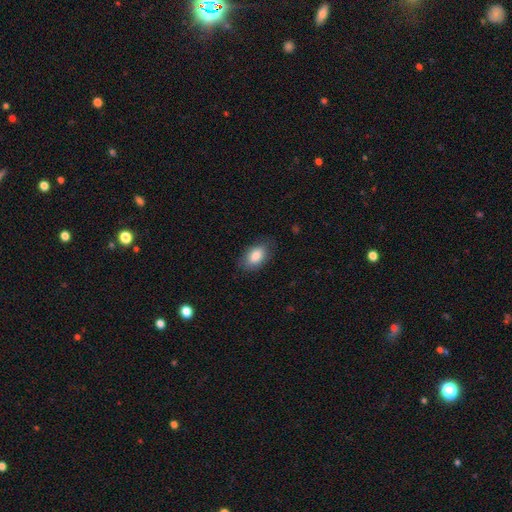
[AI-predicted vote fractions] Smooth or featured?
  - smooth: 84% *
  - featured or disk: 9%
  - star or artifact: 7%
How rounded?
  - in between: 91% *
  - round: 7%
  - cigar-shaped: 2%
Merging?
  - none: 79% *
  - minor disturbance: 16%
  - major disturbance: 4%
  - merger: 1%